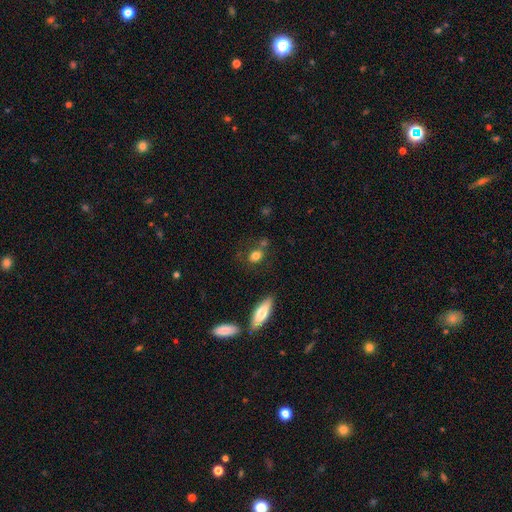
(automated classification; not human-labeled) Q: Smooth or featured?
A: smooth (80%); runner-up: star or artifact (10%)
Q: How rounded?
A: in between (51%); runner-up: round (45%)
Q: Merging?
A: none (64%); runner-up: minor disturbance (16%)